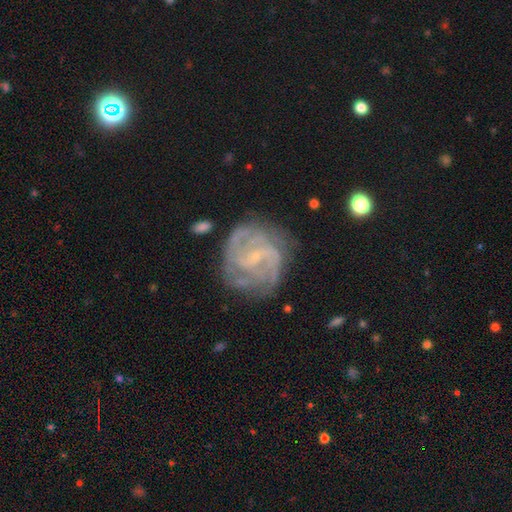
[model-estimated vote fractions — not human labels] Smooth or featured? Predicted: featured or disk (p=0.86). Edge-on disk? Predicted: no (p=0.98). Bar? Predicted: weak (p=0.49). Spiral arms? Predicted: yes (p=0.95). Spiral winding? Predicted: tight (p=0.50). Spiral arm count? Predicted: 2 (p=0.27). Bulge size? Predicted: small (p=0.75). Merging? Predicted: none (p=0.72).